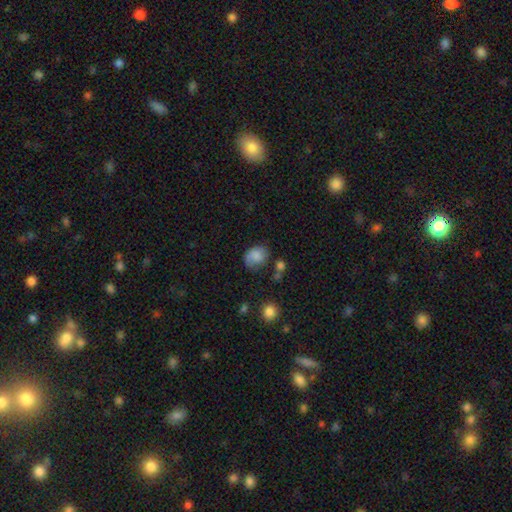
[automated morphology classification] Overall: smooth (74%). How rounded: in between (55%; round 44%). Merging: none (51%; minor disturbance 30%).